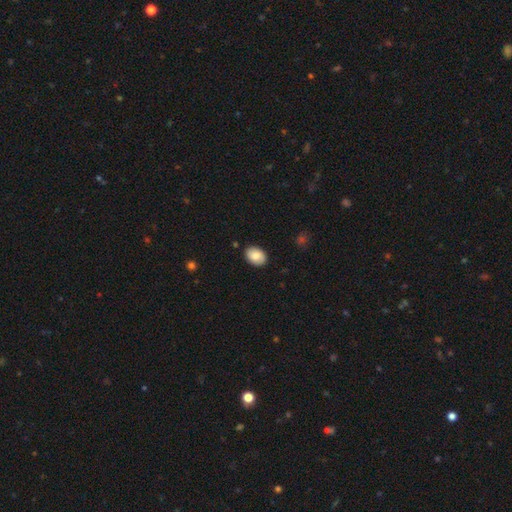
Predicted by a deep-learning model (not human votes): Smooth or featured?
  - smooth: 83% *
  - featured or disk: 11%
  - star or artifact: 7%
How rounded?
  - in between: 78% *
  - round: 21%
  - cigar-shaped: 1%
Merging?
  - none: 88% *
  - minor disturbance: 9%
  - major disturbance: 2%
  - merger: 1%